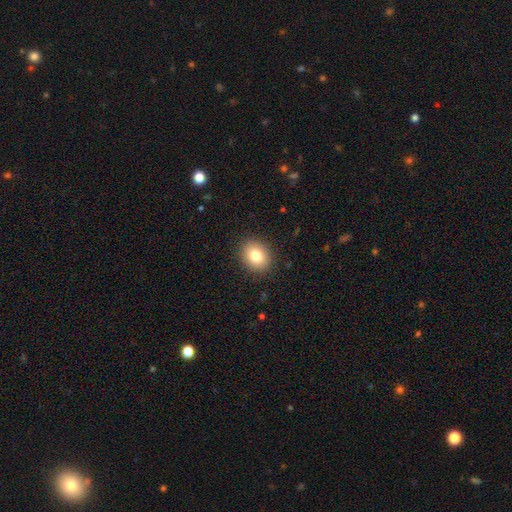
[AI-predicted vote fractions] smooth-or-featured: smooth: 80% | star or artifact: 10% | featured or disk: 10%
  how-rounded: round: 58% | in between: 41% | cigar-shaped: 1%
  merging: none: 90% | minor disturbance: 7% | major disturbance: 2% | merger: 1%